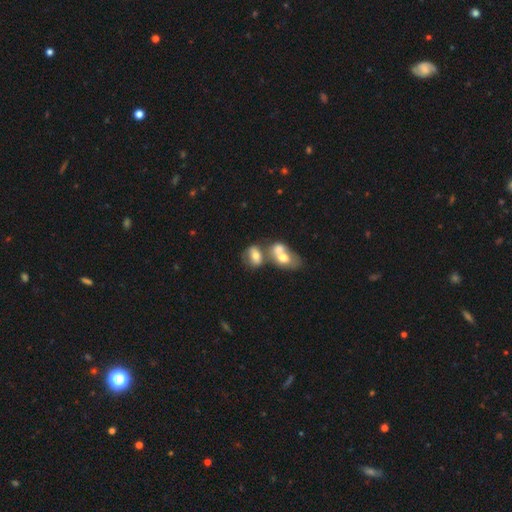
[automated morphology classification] A smooth galaxy with no disk features (63%) that is in between round and cigar-shaped (76%). Merging: merger (59%).